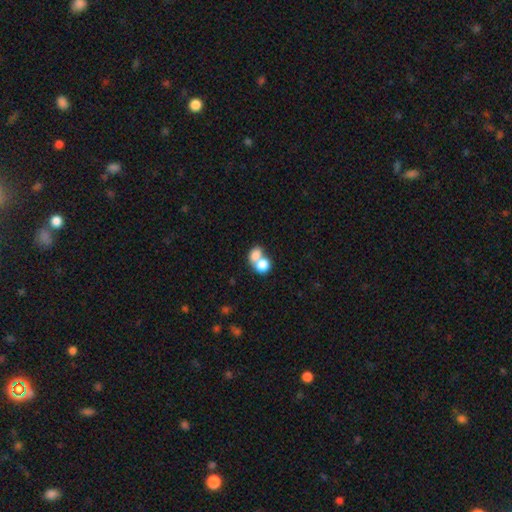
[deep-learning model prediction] A smooth galaxy with no disk features (77%) that is in between round and cigar-shaped (53%). Merging: merger (64%).